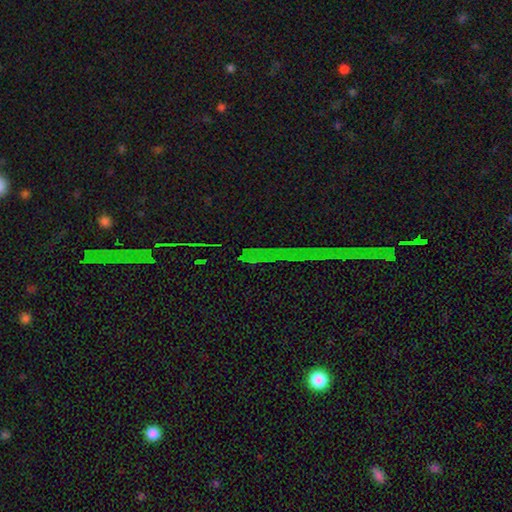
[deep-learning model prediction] A star or artifact, not a galaxy (80%).

Vote fractions:
- Smooth or featured? star or artifact: 80% / featured or disk: 11% / smooth: 9%